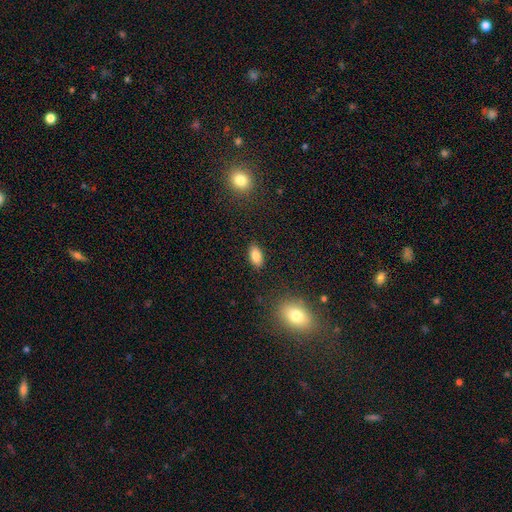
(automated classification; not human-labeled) Smooth or featured?
  - smooth: 84% *
  - star or artifact: 9%
  - featured or disk: 7%
How rounded?
  - in between: 90% *
  - cigar-shaped: 6%
  - round: 4%
Merging?
  - none: 88% *
  - minor disturbance: 9%
  - major disturbance: 2%
  - merger: 1%